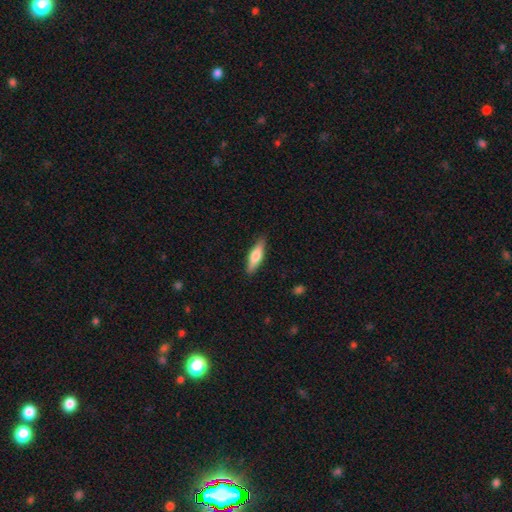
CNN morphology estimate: This is likely a smooth galaxy (62%). How rounded: likely cigar-shaped (64%). Merging: clearly none (87%).